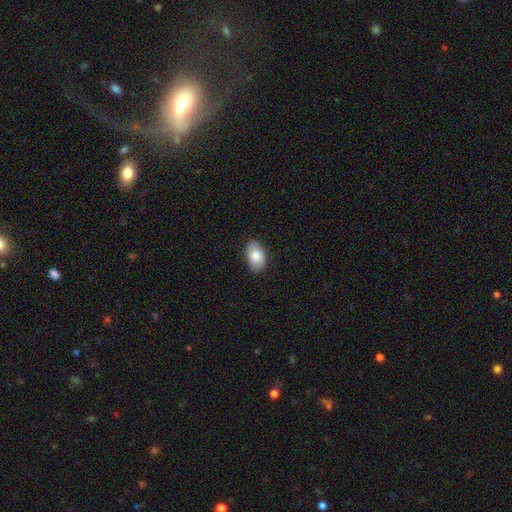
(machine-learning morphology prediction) Overall: smooth (82%). How rounded: in between (91%). Merging: none (85%).